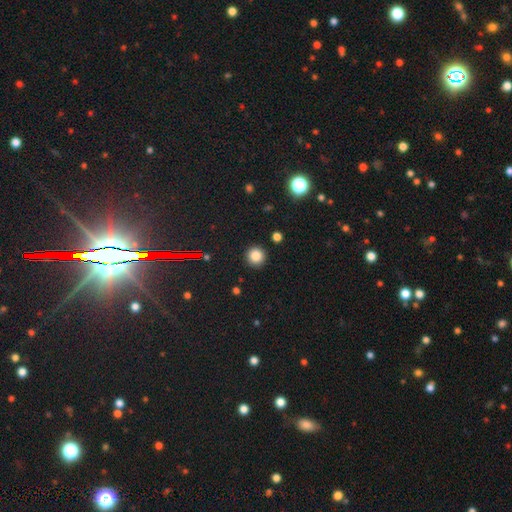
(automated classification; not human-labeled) This is clearly a smooth galaxy (83%). How rounded: clearly round (94%). Merging: clearly none (91%).